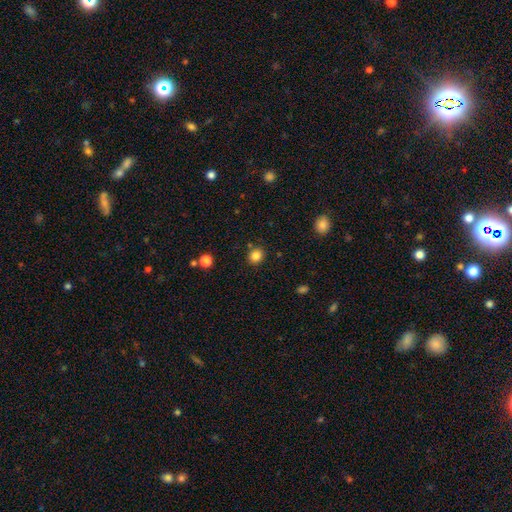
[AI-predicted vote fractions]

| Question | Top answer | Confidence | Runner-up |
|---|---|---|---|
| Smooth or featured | smooth | 84% | star or artifact (11%) |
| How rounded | round | 74% | in between (25%) |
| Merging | none | 84% | minor disturbance (9%) |